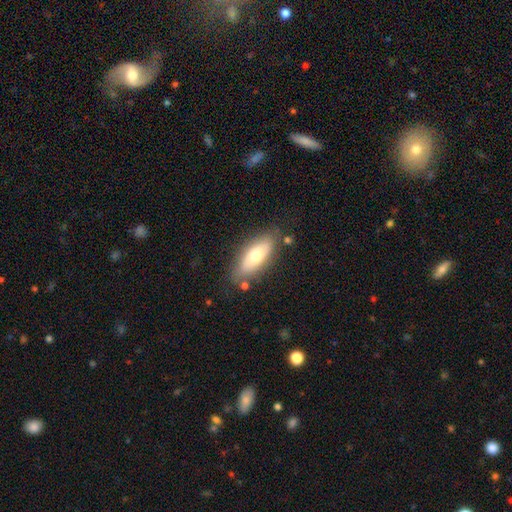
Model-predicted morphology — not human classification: type=smooth (65%); roundness=in between (76%); merging=none (78%).